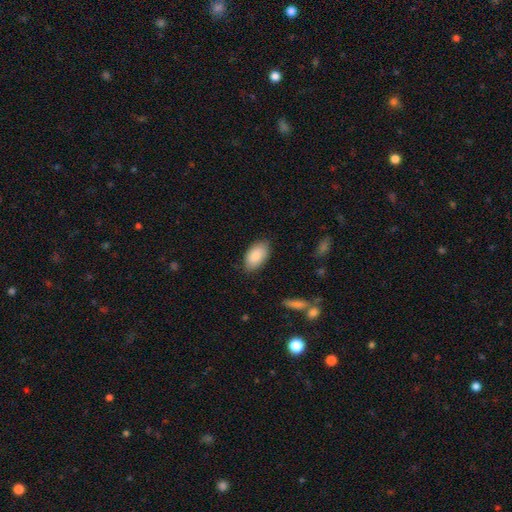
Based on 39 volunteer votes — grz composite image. It shows a smooth galaxy with no disk features (85%) that is in between round and cigar-shaped (94%). Merging: none (80%).